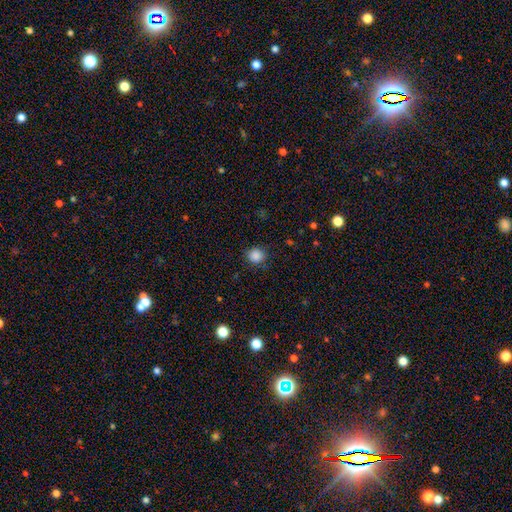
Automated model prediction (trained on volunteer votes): A smooth galaxy with no disk features (86%) that is round (87%).

Vote fractions:
- Smooth or featured? smooth: 86% / star or artifact: 11% / featured or disk: 3%
- How rounded? round: 87% / in between: 12% / cigar-shaped: 1%
- Merging? none: 87% / minor disturbance: 9% / major disturbance: 3% / merger: 1%